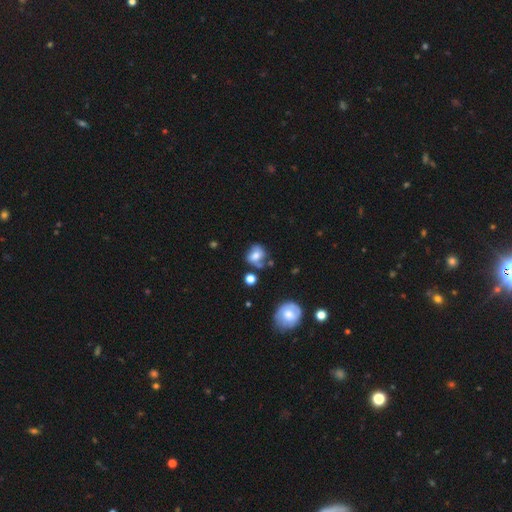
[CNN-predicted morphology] Overall: smooth (65%). How rounded: round (55%; in between 44%). Merging: none (51%; minor disturbance 25%).